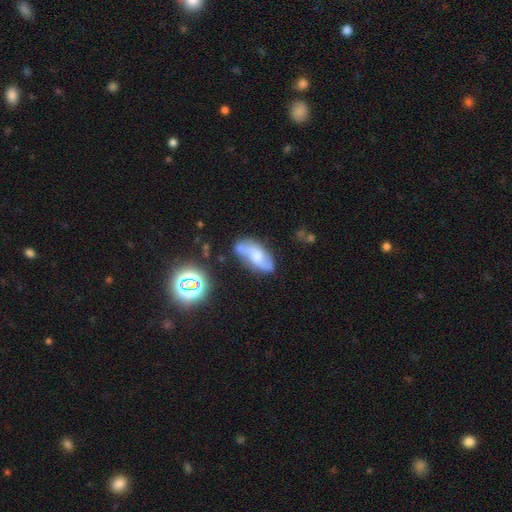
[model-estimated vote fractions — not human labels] smooth-or-featured: featured or disk: 50% | smooth: 39% | star or artifact: 11%
  merging: none: 59% | minor disturbance: 24% | merger: 9% | major disturbance: 8%